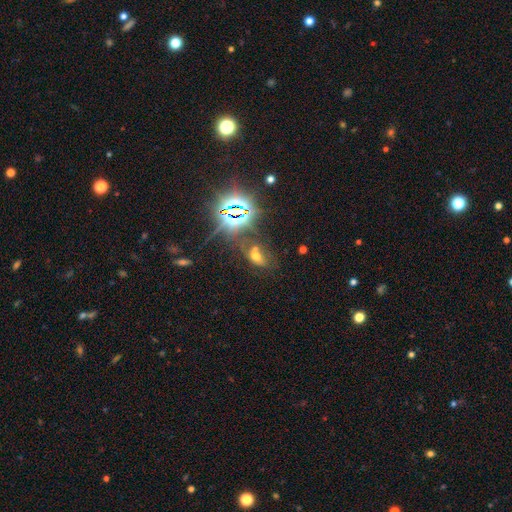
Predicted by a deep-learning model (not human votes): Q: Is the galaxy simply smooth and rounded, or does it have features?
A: smooth — 43%, tied with star or artifact.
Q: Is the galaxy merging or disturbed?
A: none — 51%.